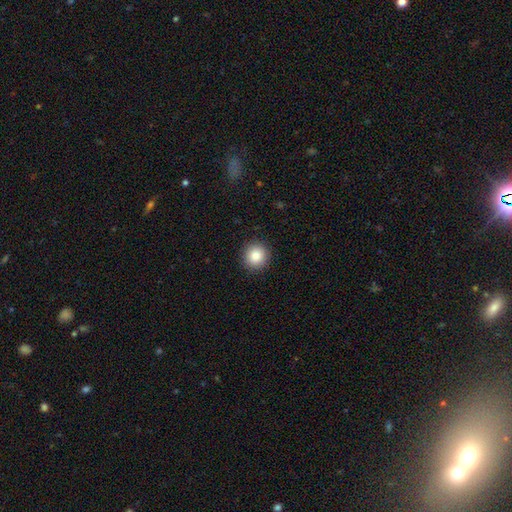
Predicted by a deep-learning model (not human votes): This is clearly a smooth galaxy (86%). How rounded: clearly round (92%). Merging: clearly none (92%).